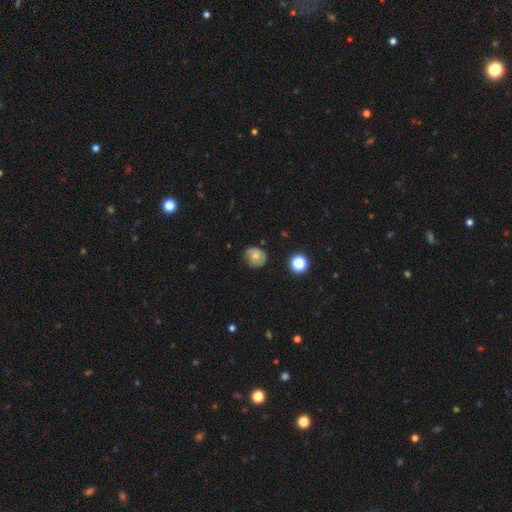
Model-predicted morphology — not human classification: Smooth or featured: smooth — 55% (featured or disk — 34%)
How rounded: round — 80% (in between — 19%)
Merging: none — 69% (minor disturbance — 23%)